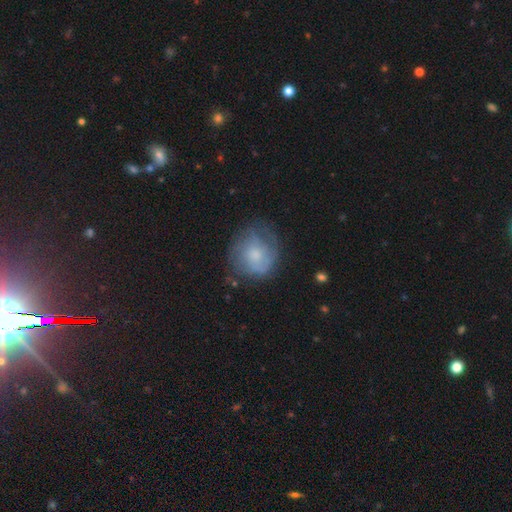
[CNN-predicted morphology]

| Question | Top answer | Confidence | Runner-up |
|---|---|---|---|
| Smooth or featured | smooth | 50% | featured or disk (42%) |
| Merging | none | 62% | minor disturbance (24%) |